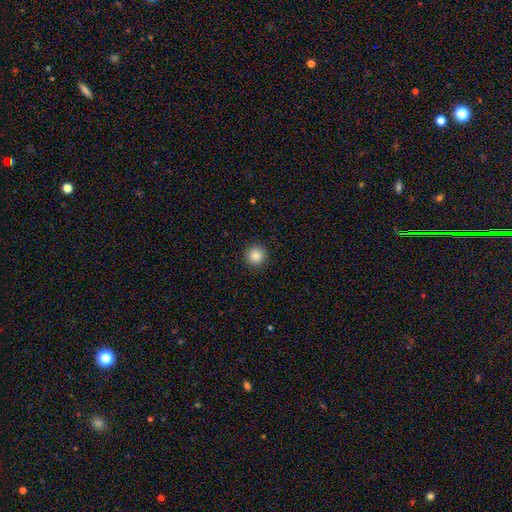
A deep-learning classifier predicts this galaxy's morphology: smooth_or_featured: smooth (p=0.86) [alt: star or artifact p=0.10]
how_rounded: round (p=0.96) [alt: in between p=0.03]
merging: none (p=0.93) [alt: minor disturbance p=0.05]